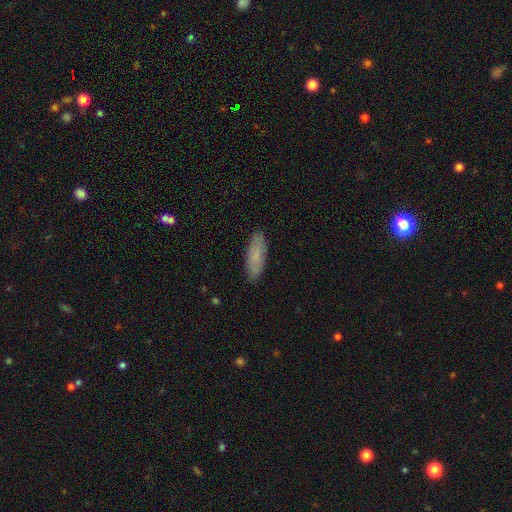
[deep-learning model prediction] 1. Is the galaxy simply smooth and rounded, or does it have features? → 78% smooth, 15% featured or disk, 7% star or artifact.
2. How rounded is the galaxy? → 54% in between, 44% cigar-shaped, 2% round.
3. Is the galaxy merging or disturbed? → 88% none, 9% minor disturbance, 2% major disturbance, 1% merger.